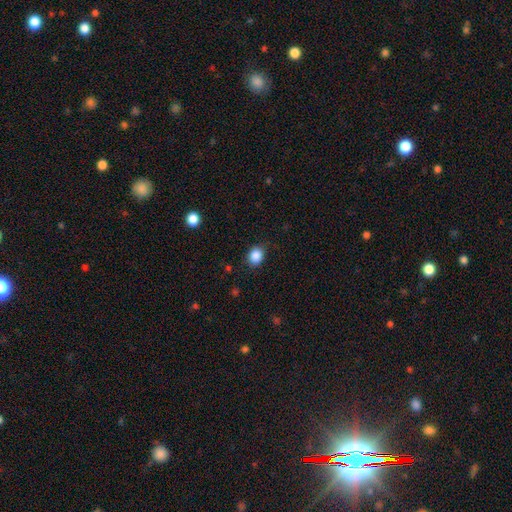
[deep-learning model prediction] A smooth galaxy with no disk features (87%) that is round (63%).

Vote fractions:
- Smooth or featured? smooth: 87% / star or artifact: 9% / featured or disk: 4%
- How rounded? round: 63% / in between: 36% / cigar-shaped: 1%
- Merging? none: 82% / minor disturbance: 14% / major disturbance: 4% / merger: 1%